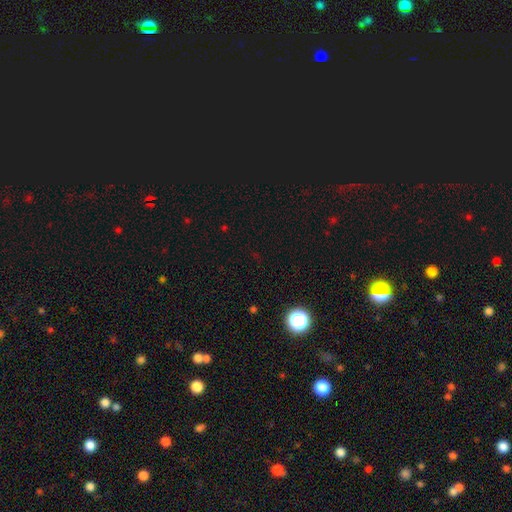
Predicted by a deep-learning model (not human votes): Smooth or featured? Predicted: star or artifact (p=0.71).